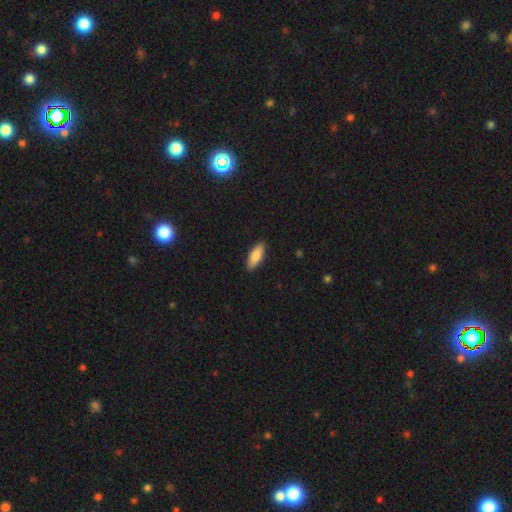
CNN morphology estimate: The model was most divided on "how rounded": in between: 66%, cigar-shaped: 32%, round: 2%. More confident: merging — none (89%); smooth or featured — smooth (83%).